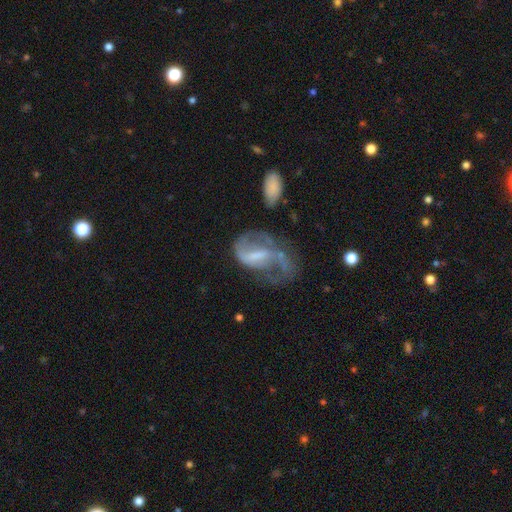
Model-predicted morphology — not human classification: Smooth or featured: featured or disk — 71% (smooth — 20%)
Edge-on disk: no — 96% (yes — 4%)
Bar: weak — 45% (strong — 28%)
Spiral arms: yes — 71% (no — 29%)
Bulge size: none — 38% (small — 32%)
Merging: major disturbance — 42% (none — 29%)